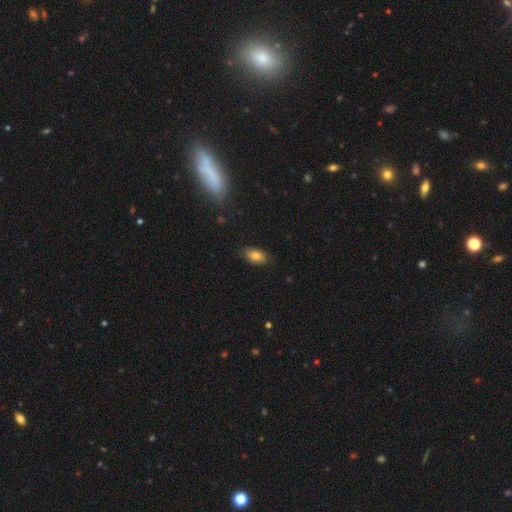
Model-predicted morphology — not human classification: smooth 77%, featured or disk 15%, star or artifact 9%. Down the decision tree: how rounded — in between (90%); merging — none (78%).